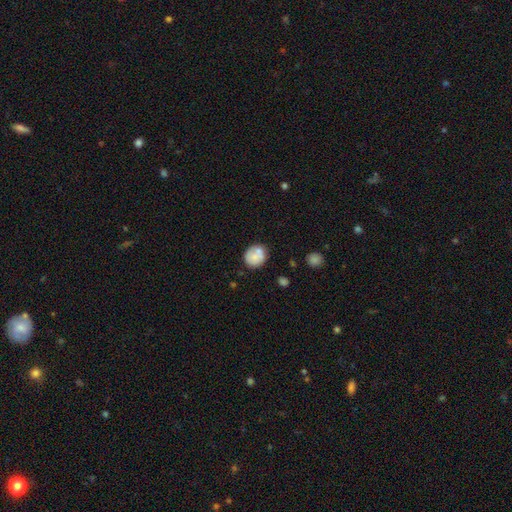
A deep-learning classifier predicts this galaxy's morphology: Smooth or featured?
  - smooth: 72% *
  - featured or disk: 21%
  - star or artifact: 8%
How rounded?
  - round: 78% *
  - in between: 21%
  - cigar-shaped: 1%
Merging?
  - none: 62% *
  - minor disturbance: 17%
  - merger: 15%
  - major disturbance: 5%